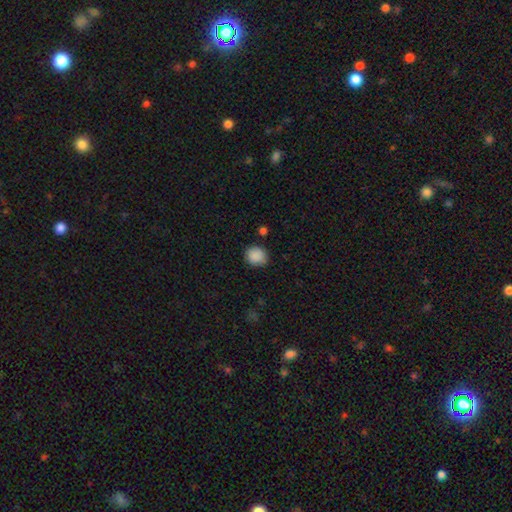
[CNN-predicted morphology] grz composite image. It shows a smooth galaxy with no disk features (88%) that is round (81%). Merging: none (82%).